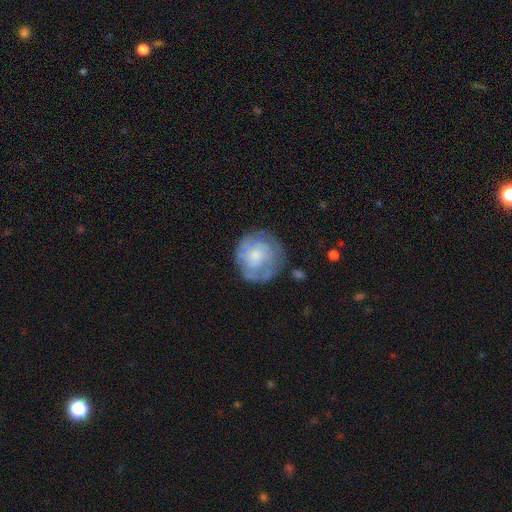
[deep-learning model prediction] Smooth or featured: smooth — 48% (featured or disk — 46%)
Merging: none — 66% (minor disturbance — 20%)